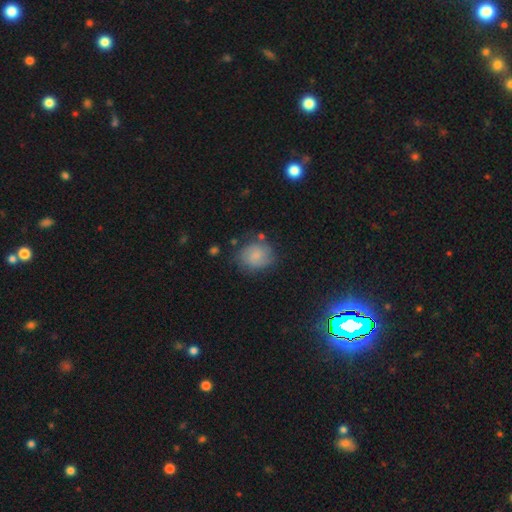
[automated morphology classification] The model was most divided on "smooth or featured": smooth: 66%, featured or disk: 25%, star or artifact: 9%. More confident: how rounded — round (71%); merging — none (68%).